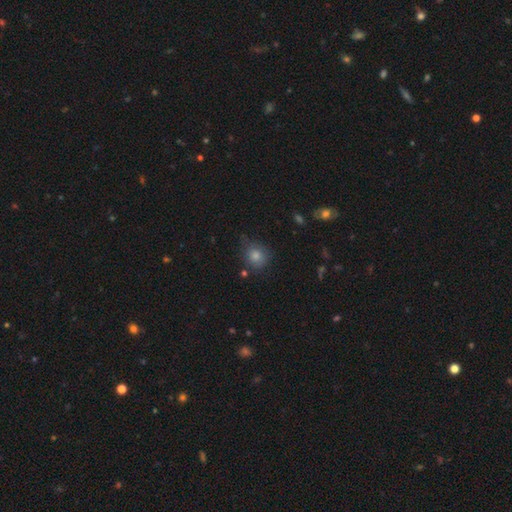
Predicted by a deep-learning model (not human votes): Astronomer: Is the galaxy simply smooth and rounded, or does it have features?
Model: smooth — 81%.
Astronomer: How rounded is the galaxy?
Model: round — 80%.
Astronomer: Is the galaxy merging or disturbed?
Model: none — 70%.